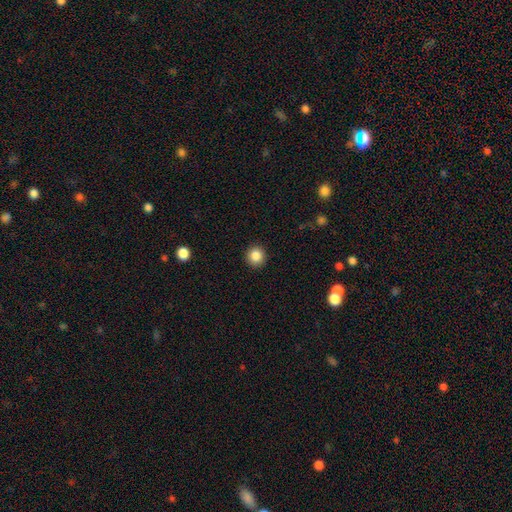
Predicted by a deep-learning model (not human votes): Smooth or featured? smooth (86%)
How rounded? round (94%)
Merging? none (92%)